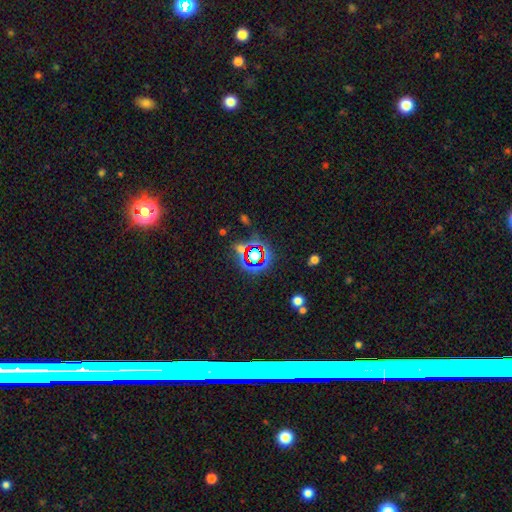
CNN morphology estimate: Smooth or featured? star or artifact (71%)